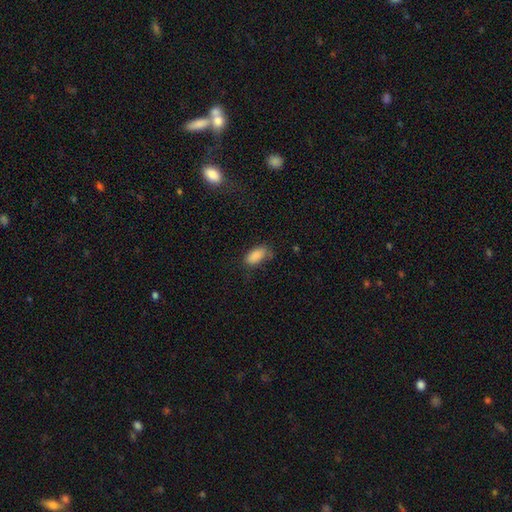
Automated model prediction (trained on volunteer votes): Morphology: type=smooth (87%); roundness=in between (92%); merging=none (65%).